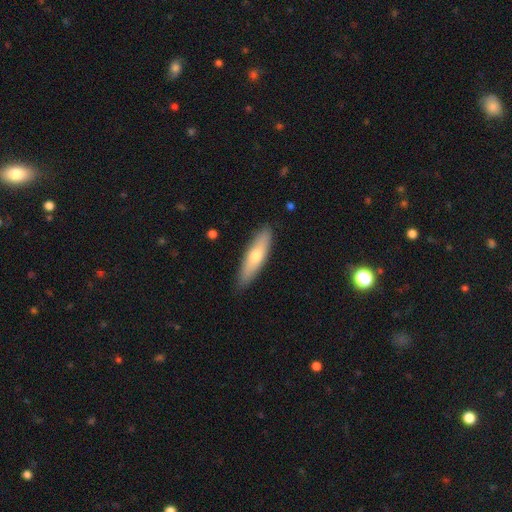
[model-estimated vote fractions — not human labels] This is possibly a smooth galaxy (60%). How rounded: likely cigar-shaped (66%). Merging: clearly none (87%).